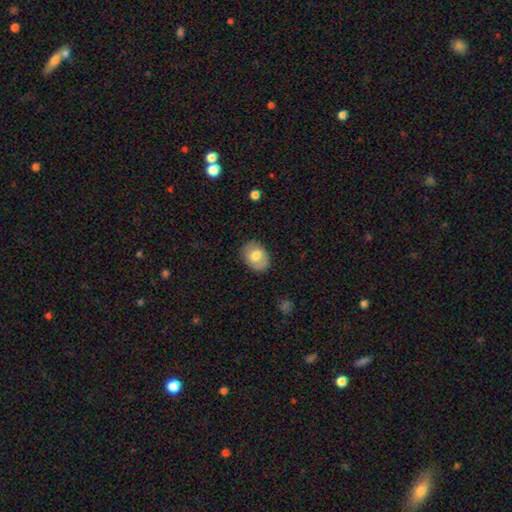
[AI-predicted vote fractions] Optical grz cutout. It shows a smooth galaxy with no disk features (73%) that is in between round and cigar-shaped (65%). Merging: none (84%).